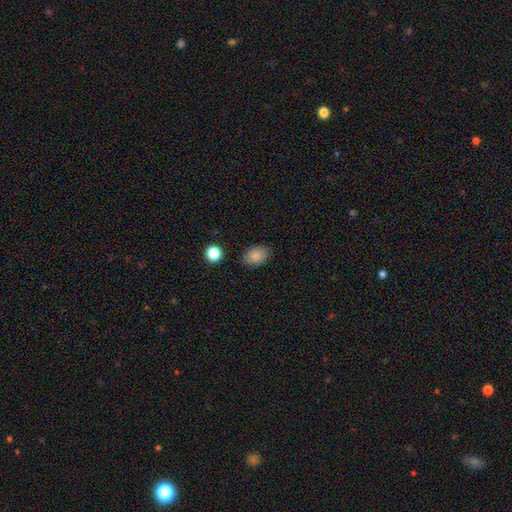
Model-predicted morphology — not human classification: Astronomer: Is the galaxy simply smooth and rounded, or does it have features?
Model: smooth — 85%.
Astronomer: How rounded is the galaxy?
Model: in between — 82%.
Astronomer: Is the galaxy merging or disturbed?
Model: none — 83%.